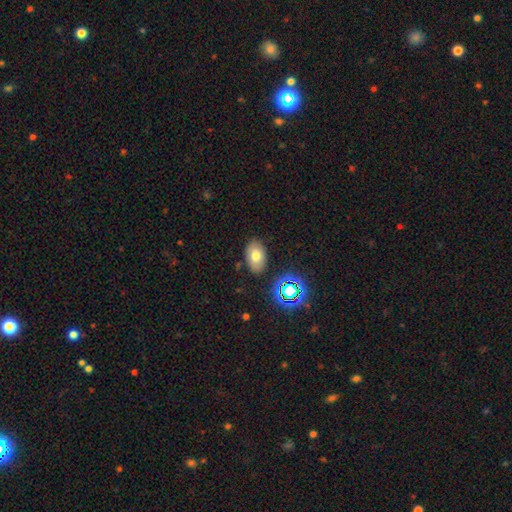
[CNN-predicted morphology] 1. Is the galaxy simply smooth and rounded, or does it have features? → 71% smooth, 15% featured or disk, 14% star or artifact.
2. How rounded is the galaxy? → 87% in between, 12% round, 1% cigar-shaped.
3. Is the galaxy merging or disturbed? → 83% none, 11% minor disturbance, 3% major disturbance, 3% merger.